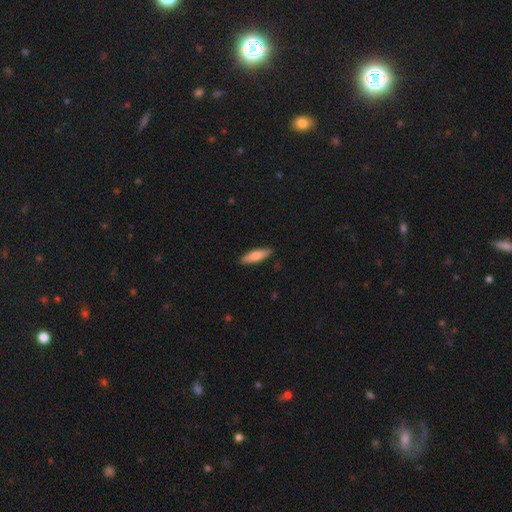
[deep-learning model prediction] Q: Smooth or featured?
A: smooth (78%); runner-up: featured or disk (16%)
Q: How rounded?
A: cigar-shaped (63%); runner-up: in between (35%)
Q: Merging?
A: none (89%); runner-up: minor disturbance (8%)